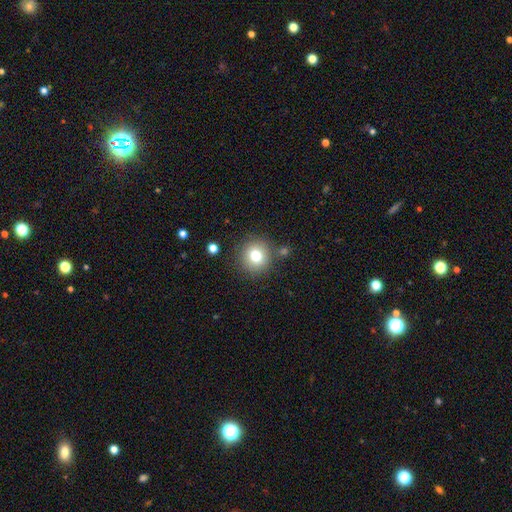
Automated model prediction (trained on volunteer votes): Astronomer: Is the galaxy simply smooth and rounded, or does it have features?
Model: smooth — 77%.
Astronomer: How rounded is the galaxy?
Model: round — 92%.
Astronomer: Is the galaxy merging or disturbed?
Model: none — 83%.